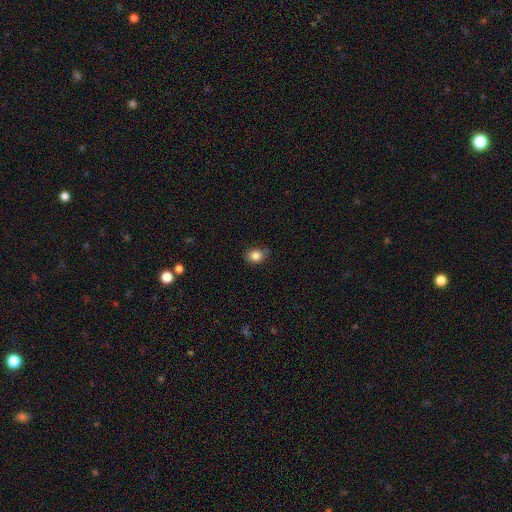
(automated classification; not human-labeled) Smooth or featured? Predicted: smooth (p=0.85). How rounded? Predicted: round (p=0.69). Merging? Predicted: none (p=0.75).